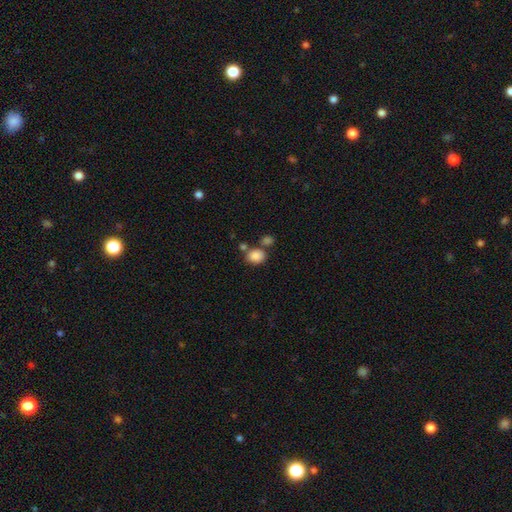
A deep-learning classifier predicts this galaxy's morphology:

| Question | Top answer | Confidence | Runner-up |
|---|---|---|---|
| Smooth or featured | smooth | 86% | star or artifact (9%) |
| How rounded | round | 52% | in between (47%) |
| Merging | none | 62% | merger (22%) |